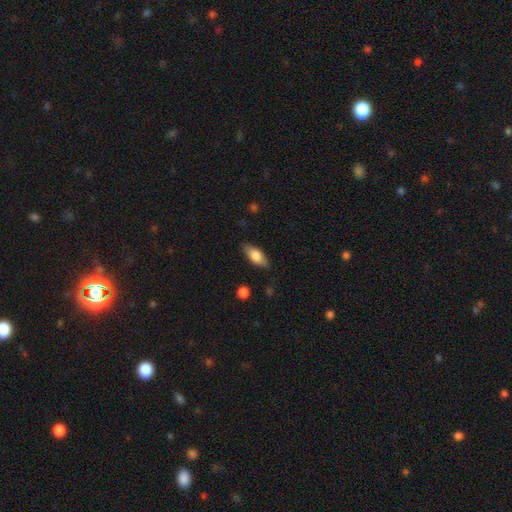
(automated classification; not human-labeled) Smooth or featured? Predicted: smooth (p=0.74). How rounded? Predicted: in between (p=0.82). Merging? Predicted: none (p=0.82).